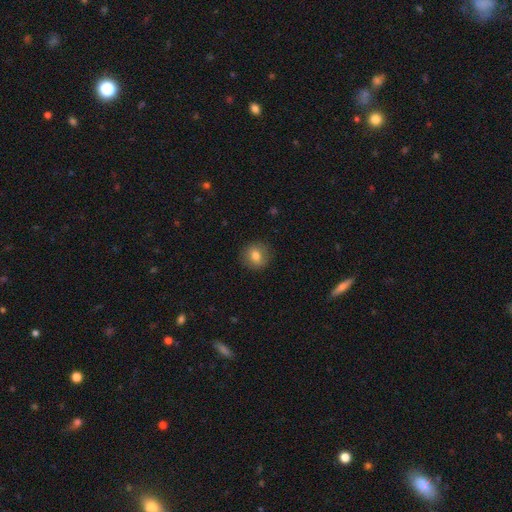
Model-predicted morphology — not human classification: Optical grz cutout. It shows a smooth galaxy with no disk features (78%) that is round (87%). Merging: none (88%).